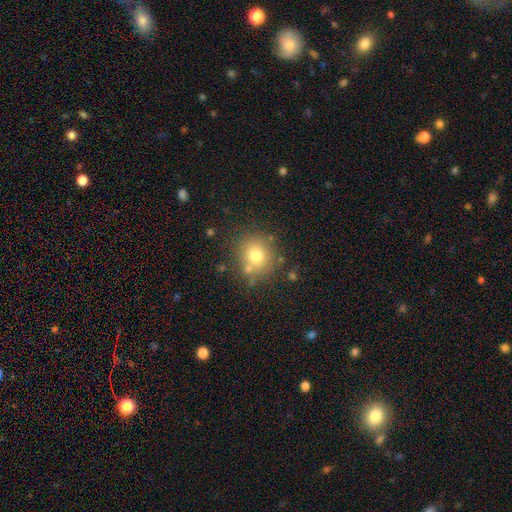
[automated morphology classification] smooth-or-featured: smooth: 74% | star or artifact: 14% | featured or disk: 12%
  how-rounded: round: 84% | in between: 15% | cigar-shaped: 1%
  merging: none: 76% | minor disturbance: 12% | merger: 8% | major disturbance: 4%